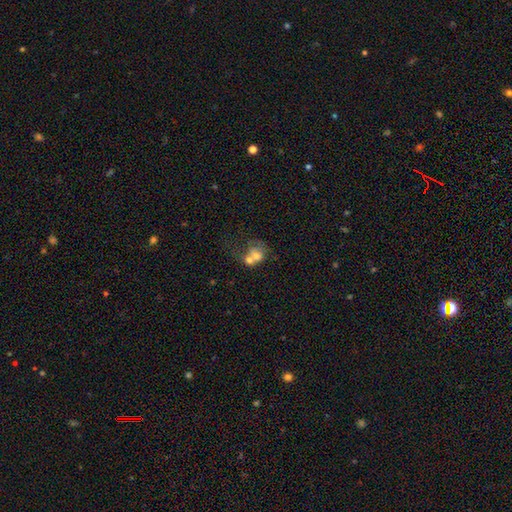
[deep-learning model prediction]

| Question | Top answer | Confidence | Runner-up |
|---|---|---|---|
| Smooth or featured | smooth | 57% | featured or disk (33%) |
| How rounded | round | 58% | in between (41%) |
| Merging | merger | 63% | none (17%) |